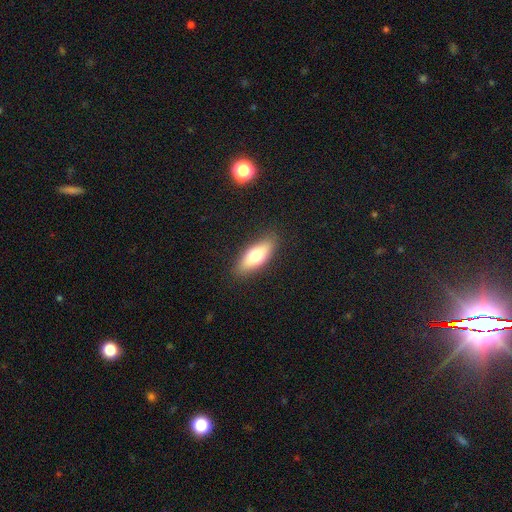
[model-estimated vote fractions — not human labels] Smooth or featured? Predicted: smooth (p=0.69). How rounded? Predicted: in between (p=0.68). Merging? Predicted: none (p=0.86).